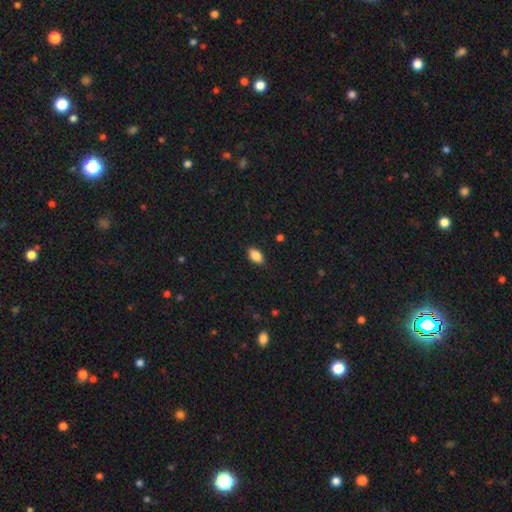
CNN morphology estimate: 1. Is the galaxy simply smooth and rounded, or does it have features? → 87% smooth, 8% star or artifact, 5% featured or disk.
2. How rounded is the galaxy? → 90% in between, 7% round, 3% cigar-shaped.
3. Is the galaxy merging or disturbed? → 85% none, 12% minor disturbance, 2% major disturbance, 1% merger.